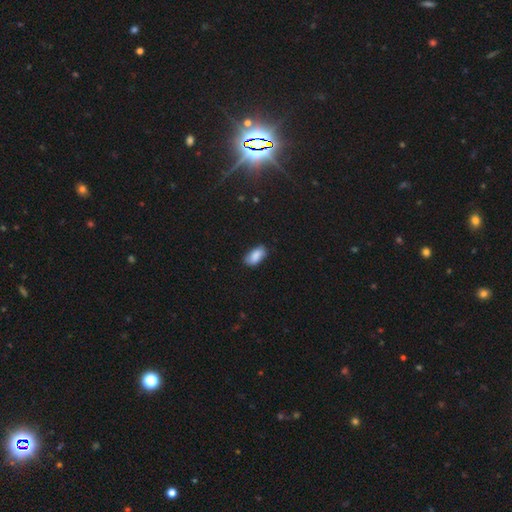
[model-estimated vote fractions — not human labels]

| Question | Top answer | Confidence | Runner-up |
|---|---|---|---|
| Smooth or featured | smooth | 82% | featured or disk (10%) |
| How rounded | in between | 92% | cigar-shaped (4%) |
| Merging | none | 72% | minor disturbance (22%) |